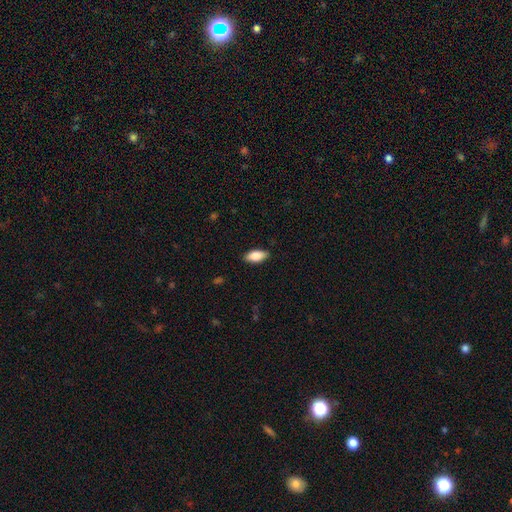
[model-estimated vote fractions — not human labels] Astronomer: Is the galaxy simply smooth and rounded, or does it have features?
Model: smooth — 83%.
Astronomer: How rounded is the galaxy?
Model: in between — 87%.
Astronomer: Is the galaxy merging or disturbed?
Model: none — 88%.